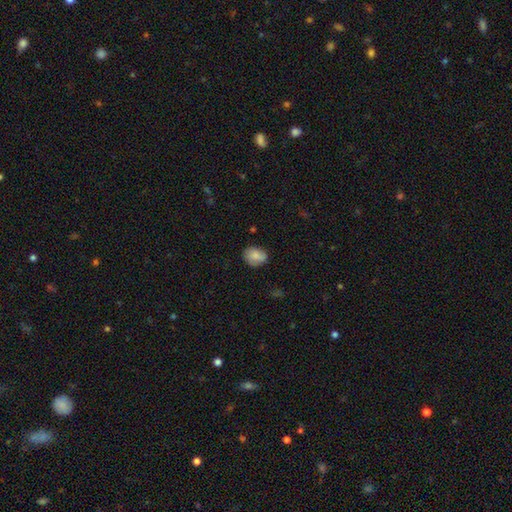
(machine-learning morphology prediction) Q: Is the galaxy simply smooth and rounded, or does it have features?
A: smooth — 82%.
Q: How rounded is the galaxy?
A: in between — 52%.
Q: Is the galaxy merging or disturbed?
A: none — 70%.